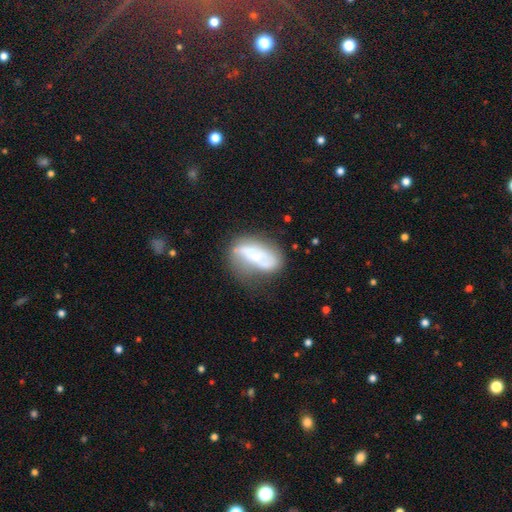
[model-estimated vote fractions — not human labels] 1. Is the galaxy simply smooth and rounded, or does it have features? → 52% featured or disk, 40% smooth, 8% star or artifact.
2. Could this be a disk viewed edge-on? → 87% no, 13% yes.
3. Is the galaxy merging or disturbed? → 43% none, 30% minor disturbance, 20% major disturbance, 7% merger.